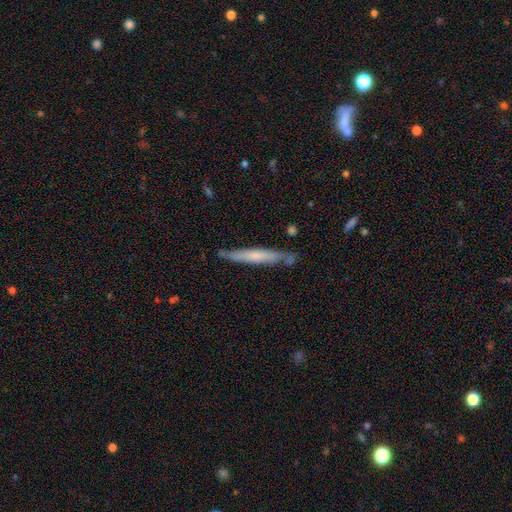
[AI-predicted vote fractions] smooth-or-featured: smooth: 49% | featured or disk: 45% | star or artifact: 5%
  merging: none: 77% | minor disturbance: 16% | merger: 4% | major disturbance: 3%